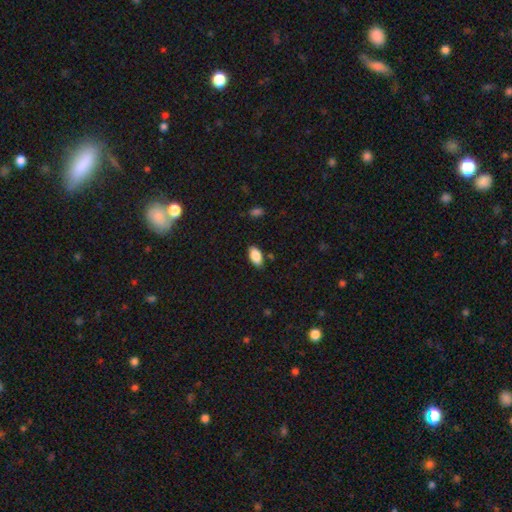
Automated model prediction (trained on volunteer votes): smooth_or_featured: smooth (p=0.88) [alt: star or artifact p=0.07]
how_rounded: in between (p=0.93) [alt: cigar-shaped p=0.04]
merging: none (p=0.84) [alt: minor disturbance p=0.12]